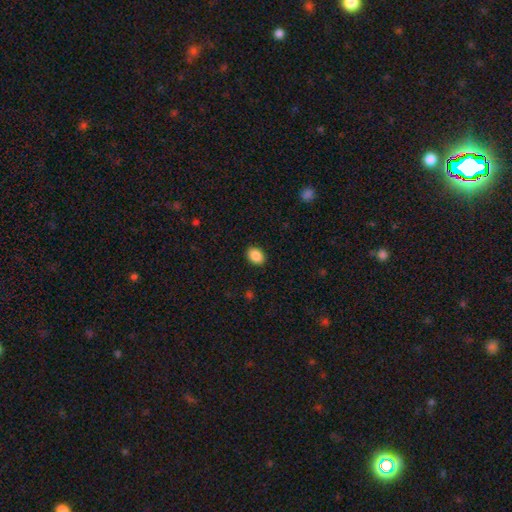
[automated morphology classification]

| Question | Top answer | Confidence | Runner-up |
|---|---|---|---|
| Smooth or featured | smooth | 88% | star or artifact (8%) |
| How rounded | in between | 72% | round (27%) |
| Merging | none | 90% | minor disturbance (7%) |